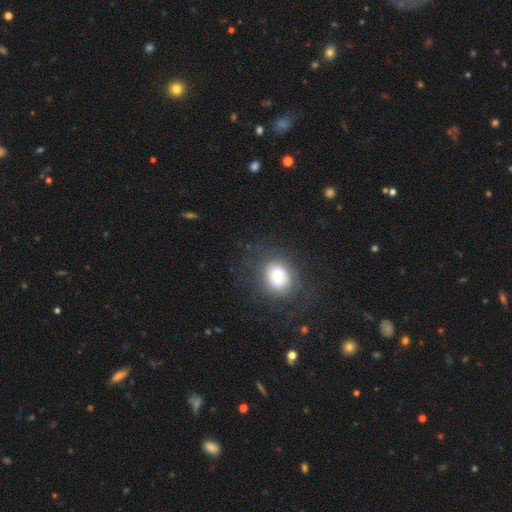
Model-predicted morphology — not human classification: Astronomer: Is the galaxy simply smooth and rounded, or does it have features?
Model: smooth — 71%.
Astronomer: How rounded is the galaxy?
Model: round — 58% (runner-up: in between, 40%).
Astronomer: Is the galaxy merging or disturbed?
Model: none — 78%.